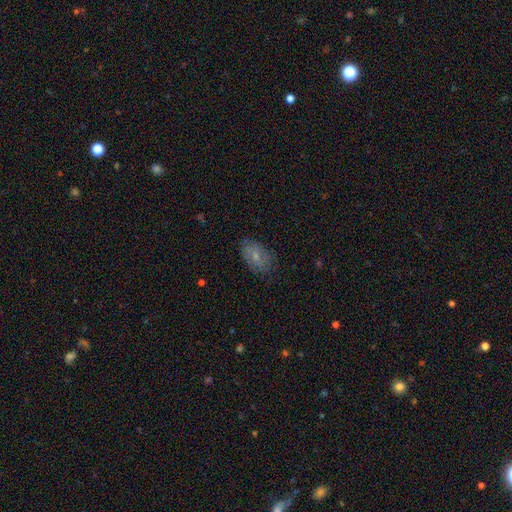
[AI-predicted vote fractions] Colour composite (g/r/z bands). It shows a smooth galaxy with no disk features (58%) that is in between round and cigar-shaped (87%). Merging: none (77%).